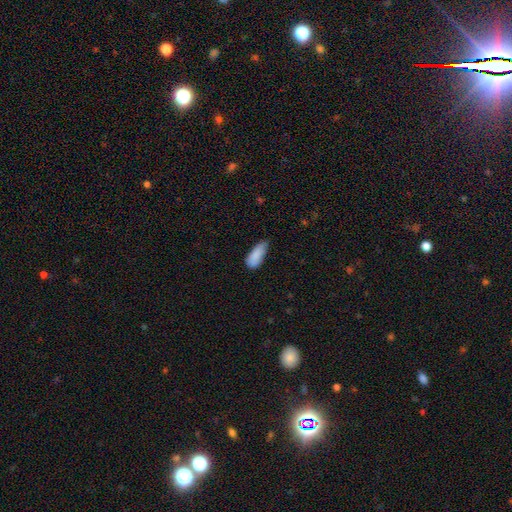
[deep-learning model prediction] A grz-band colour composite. It shows a smooth galaxy with no disk features (87%) that is in between round and cigar-shaped (77%). Merging: none (51%).